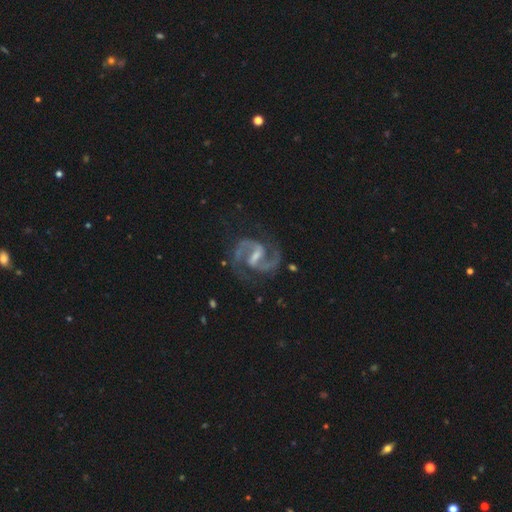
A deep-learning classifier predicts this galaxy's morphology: Overall: featured or disk (94%). Edge-on disk: no (98%). Bar: strong (46%; weak 45%). Spiral arms: yes (99%). Spiral arm count: 2 (94%). Spiral winding: medium (69%). Bulge size: small (48%; moderate 27%). Merging: none (79%).